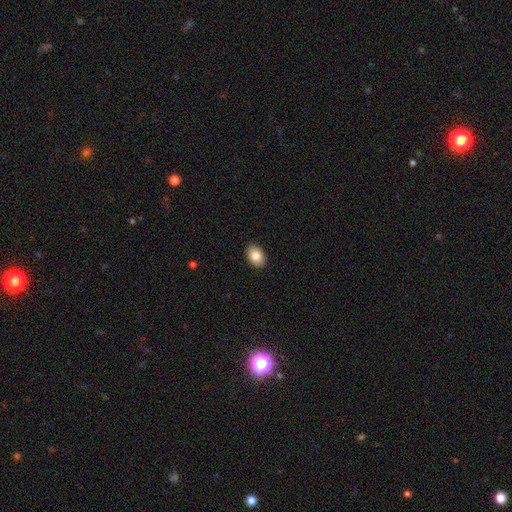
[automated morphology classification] smooth-or-featured: smooth: 86% | star or artifact: 7% | featured or disk: 7%
  how-rounded: in between: 81% | round: 18% | cigar-shaped: 1%
  merging: none: 91% | minor disturbance: 7% | major disturbance: 2% | merger: 1%